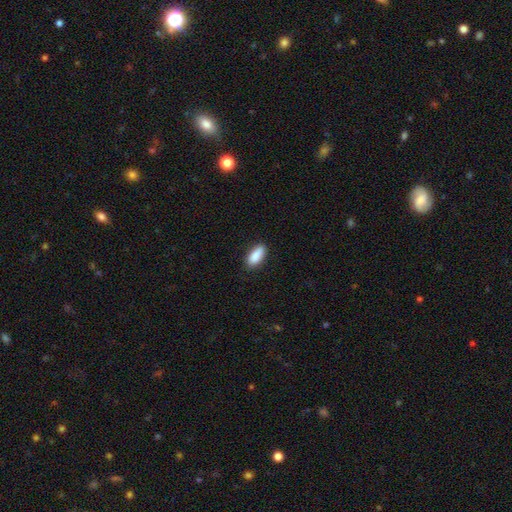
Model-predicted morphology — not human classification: smooth-or-featured: smooth: 89% | star or artifact: 7% | featured or disk: 4%
  how-rounded: in between: 82% | cigar-shaped: 16% | round: 2%
  merging: none: 85% | minor disturbance: 12% | major disturbance: 2% | merger: 1%